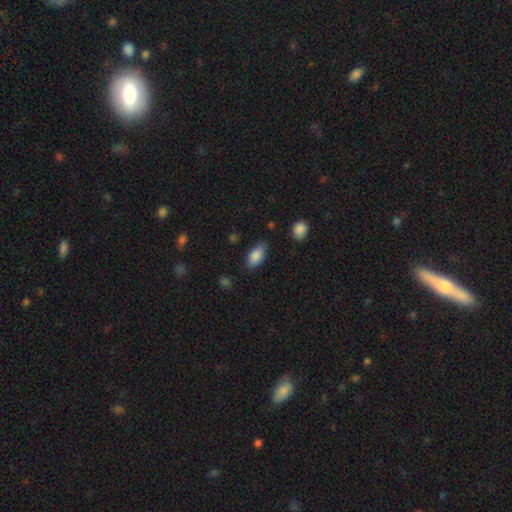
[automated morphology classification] Smooth or featured?
  - smooth: 87% *
  - star or artifact: 7%
  - featured or disk: 6%
How rounded?
  - in between: 92% *
  - cigar-shaped: 5%
  - round: 3%
Merging?
  - none: 78% *
  - minor disturbance: 17%
  - major disturbance: 4%
  - merger: 2%